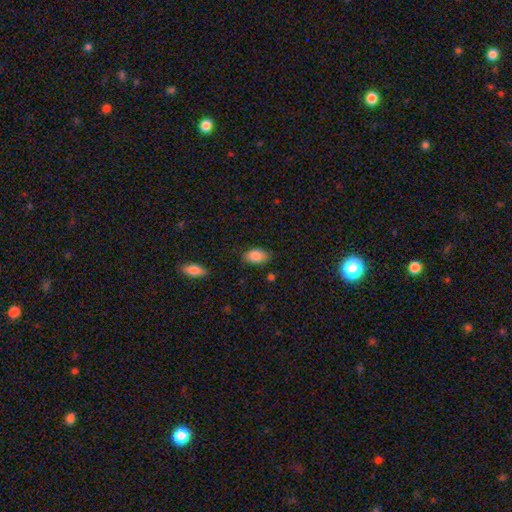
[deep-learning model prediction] Morphology: type=smooth (86%); roundness=in between (90%); merging=none (79%).